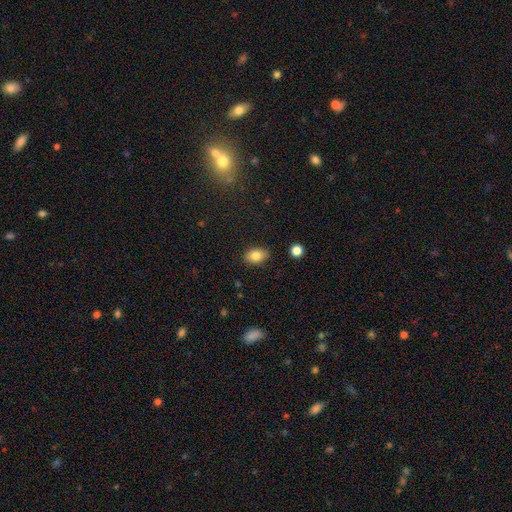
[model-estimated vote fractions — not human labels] Smooth or featured?
  - smooth: 83% *
  - star or artifact: 8%
  - featured or disk: 8%
How rounded?
  - in between: 84% *
  - round: 14%
  - cigar-shaped: 1%
Merging?
  - none: 86% *
  - minor disturbance: 11%
  - major disturbance: 2%
  - merger: 1%